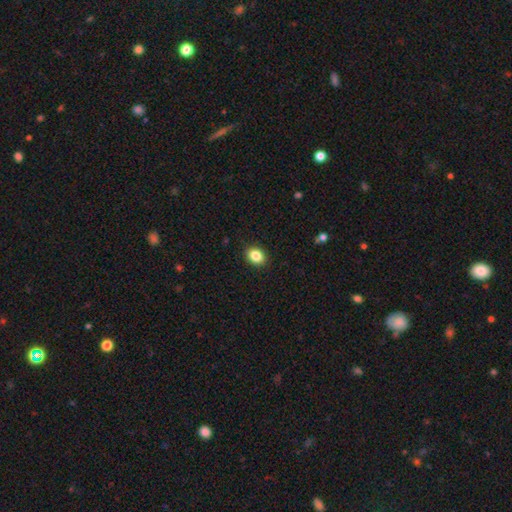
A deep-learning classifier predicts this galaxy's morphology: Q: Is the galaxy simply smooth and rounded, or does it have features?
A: smooth — 85%.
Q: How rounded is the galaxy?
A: in between — 57%.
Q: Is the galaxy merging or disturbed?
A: none — 89%.